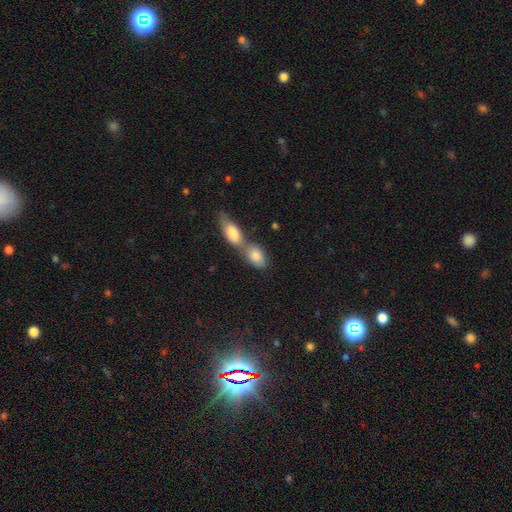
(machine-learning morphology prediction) The model was most divided on "merging": merger: 65%, none: 25%, minor disturbance: 7%, major disturbance: 3%. More confident: how rounded — in between (87%); smooth or featured — smooth (82%).